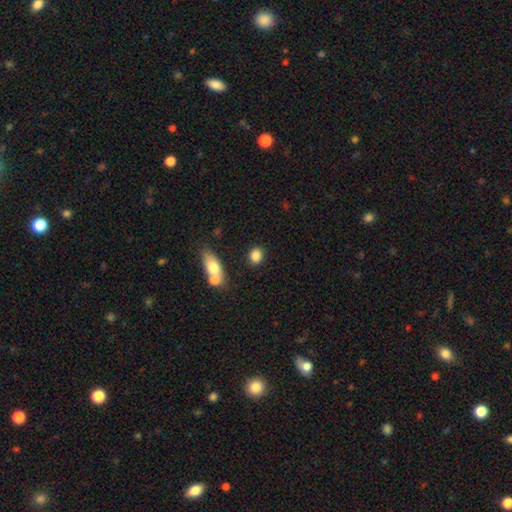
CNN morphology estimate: The model was most divided on "how rounded": round: 55%, in between: 43%, cigar-shaped: 3%. More confident: smooth or featured — smooth (85%); merging — none (79%).